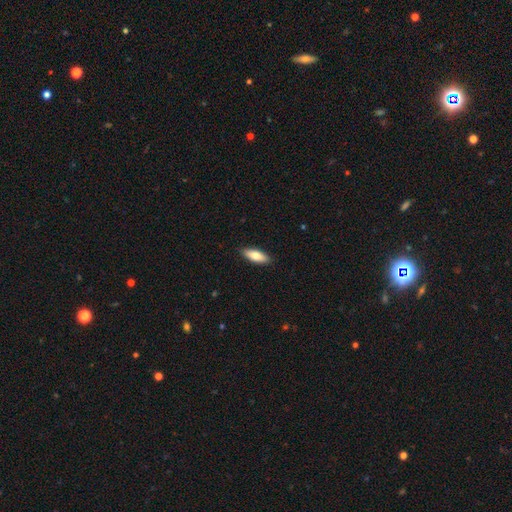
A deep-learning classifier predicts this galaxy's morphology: smooth-or-featured: smooth: 80% | featured or disk: 14% | star or artifact: 6%
  how-rounded: in between: 66% | cigar-shaped: 32% | round: 2%
  merging: none: 89% | minor disturbance: 8% | major disturbance: 2% | merger: 1%